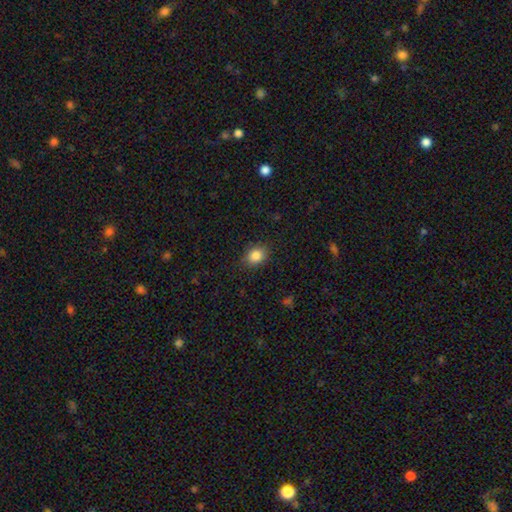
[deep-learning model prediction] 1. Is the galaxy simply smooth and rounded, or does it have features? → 85% smooth, 10% star or artifact, 5% featured or disk.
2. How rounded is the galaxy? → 50% round, 49% in between, 1% cigar-shaped.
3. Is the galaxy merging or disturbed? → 85% none, 11% minor disturbance, 3% major disturbance, 1% merger.